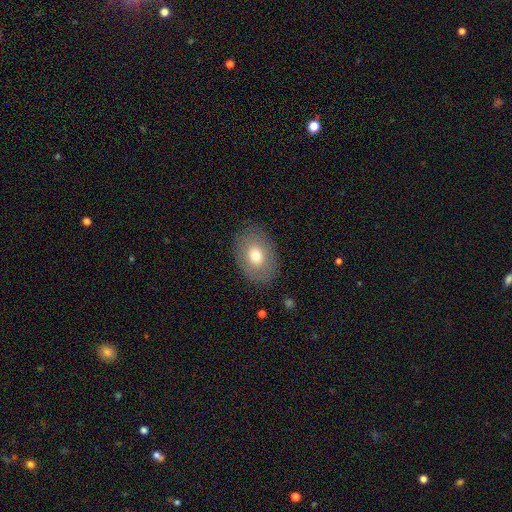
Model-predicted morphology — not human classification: This appears to be a smooth galaxy with no disk features (71%) that is in between round and cigar-shaped (76%). Merging: none (84%).